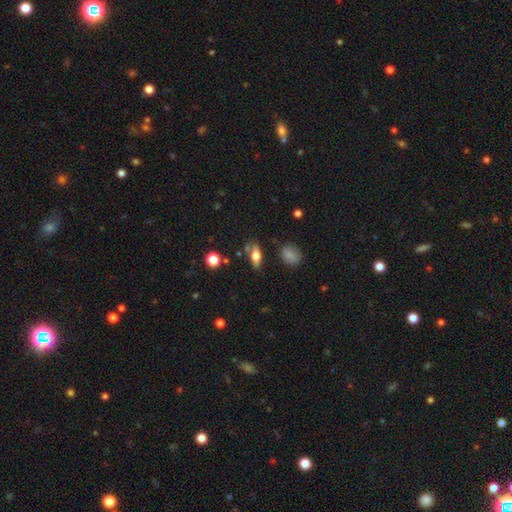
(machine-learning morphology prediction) The model was most divided on "smooth or featured": smooth: 65%, featured or disk: 26%, star or artifact: 9%. More confident: how rounded — in between (74%); merging — none (68%).